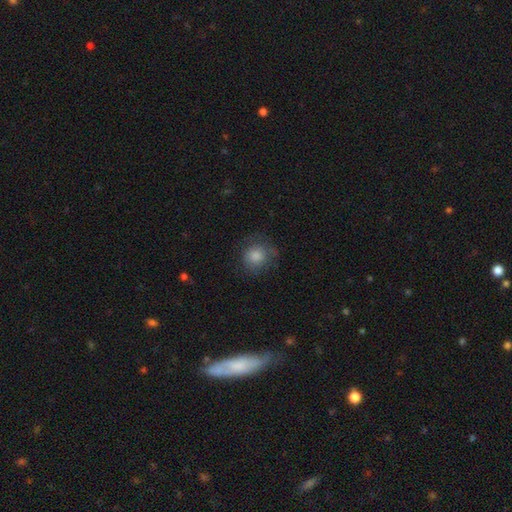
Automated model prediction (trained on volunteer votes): smooth-or-featured: smooth: 74% | featured or disk: 14% | star or artifact: 12%
  how-rounded: round: 85% | in between: 14% | cigar-shaped: 1%
  merging: none: 72% | minor disturbance: 18% | major disturbance: 9% | merger: 1%